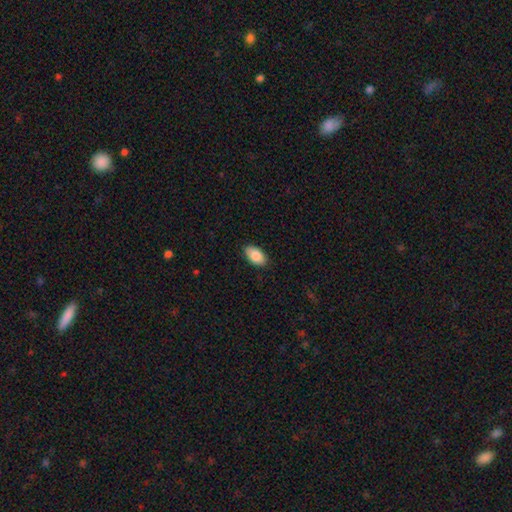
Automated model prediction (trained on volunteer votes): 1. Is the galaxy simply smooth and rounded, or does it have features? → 87% smooth, 7% featured or disk, 7% star or artifact.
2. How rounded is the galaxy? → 94% in between, 4% round, 2% cigar-shaped.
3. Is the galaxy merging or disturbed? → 87% none, 10% minor disturbance, 2% major disturbance, 1% merger.